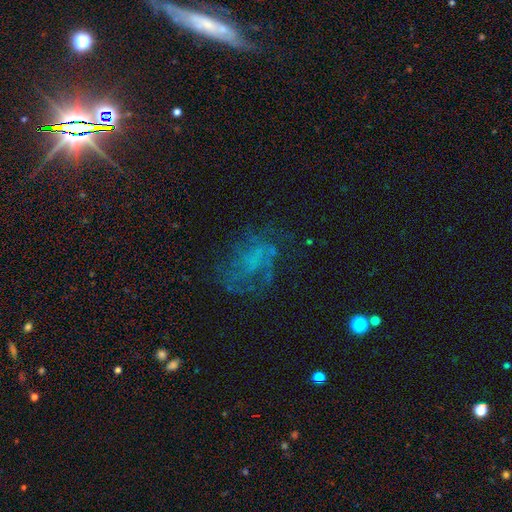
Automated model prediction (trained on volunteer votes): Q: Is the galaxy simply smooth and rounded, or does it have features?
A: featured or disk — 42%.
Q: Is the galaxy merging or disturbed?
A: none — 53%.